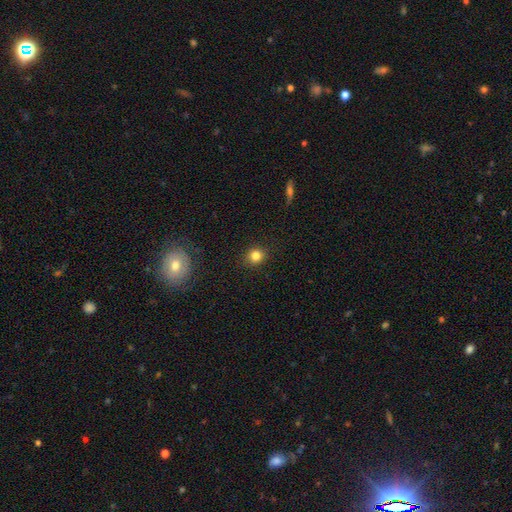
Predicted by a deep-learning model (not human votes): This is clearly a smooth galaxy (81%). How rounded: clearly round (84%). Merging: clearly none (90%).